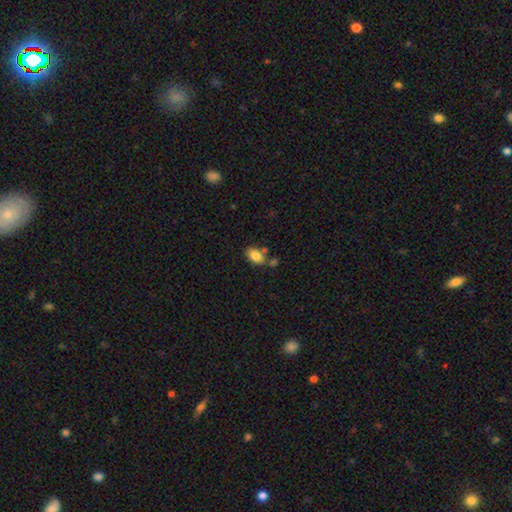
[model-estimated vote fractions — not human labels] The model was most divided on "merging": none: 63%, merger: 18%, minor disturbance: 15%, major disturbance: 4%. More confident: how rounded — in between (89%); smooth or featured — smooth (84%).